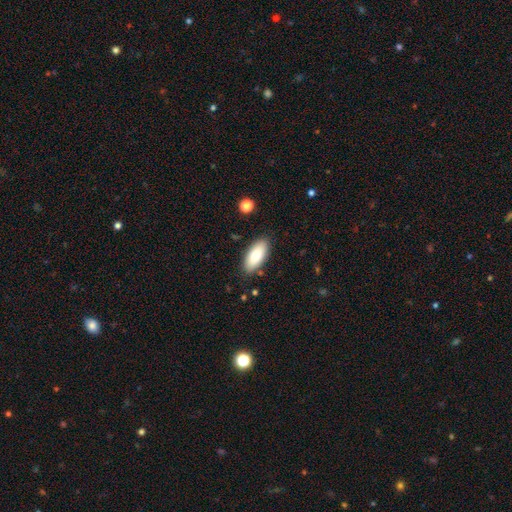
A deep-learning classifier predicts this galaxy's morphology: type=smooth (77%); roundness=in between (89%); merging=none (86%).